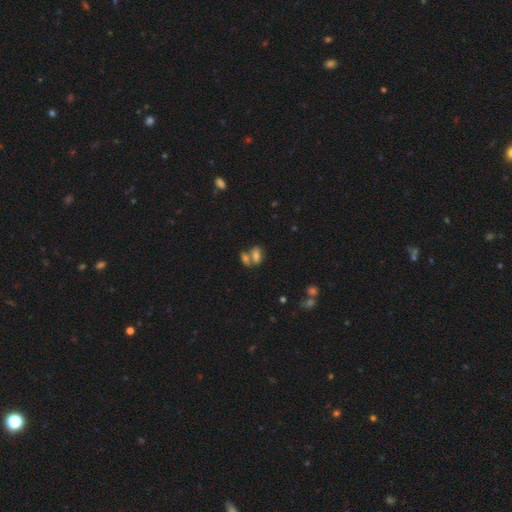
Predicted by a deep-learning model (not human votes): This appears to be a smooth galaxy with no disk features (73%) that is in between round and cigar-shaped (85%). Merging: merger (52%).